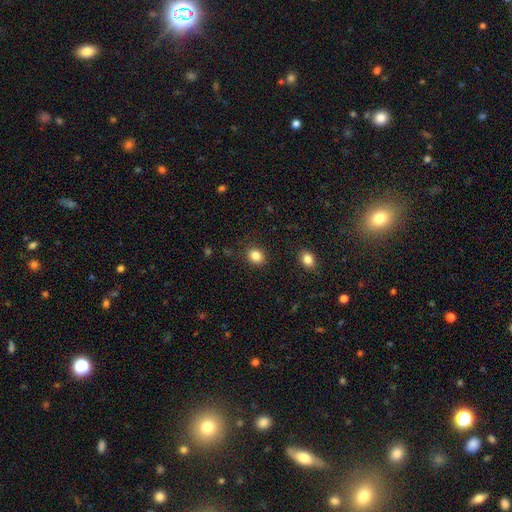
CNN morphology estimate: Q: Smooth or featured?
A: smooth (84%); runner-up: star or artifact (11%)
Q: How rounded?
A: round (62%); runner-up: in between (37%)
Q: Merging?
A: none (87%); runner-up: minor disturbance (9%)